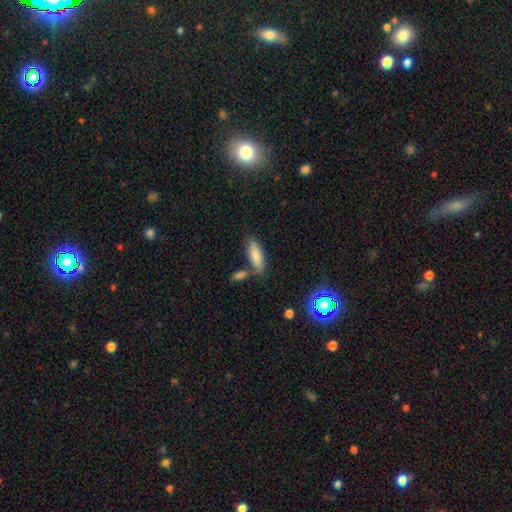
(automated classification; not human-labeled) Smooth or featured: smooth — 83% (featured or disk — 9%)
How rounded: in between — 64% (cigar-shaped — 34%)
Merging: none — 63% (merger — 19%)